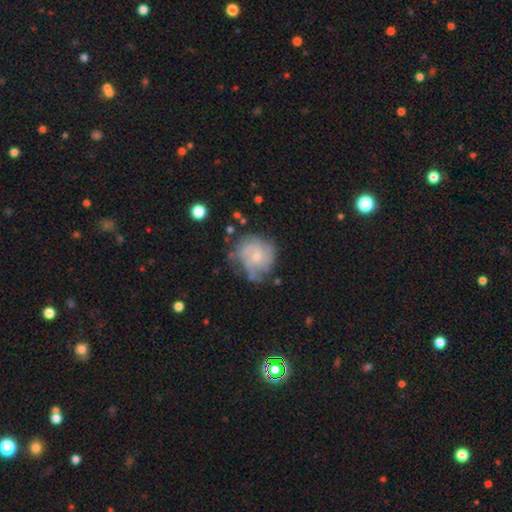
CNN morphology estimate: Smooth or featured: featured or disk — 70% (smooth — 23%)
Edge-on disk: no — 98% (yes — 2%)
Bar: no — 76% (weak — 21%)
Spiral arms: yes — 85% (no — 15%)
Spiral winding: tight — 51% (medium — 36%)
Spiral arm count: can't tell — 39% (3 — 22%)
Bulge size: small — 61% (moderate — 32%)
Merging: none — 60% (minor disturbance — 24%)